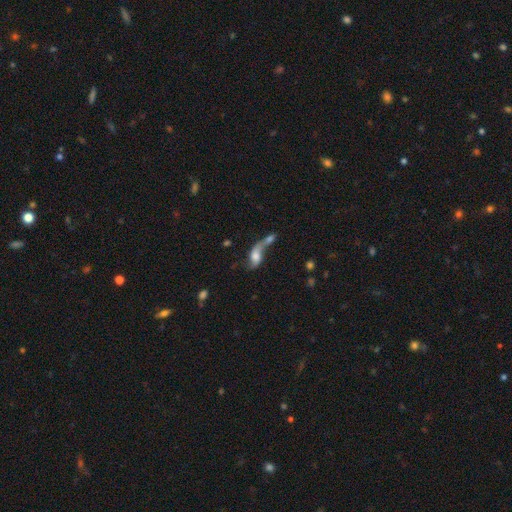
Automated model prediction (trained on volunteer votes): Overall: featured or disk (51%; smooth 38%). Edge-on disk: no (90%). Merging: merger (62%).